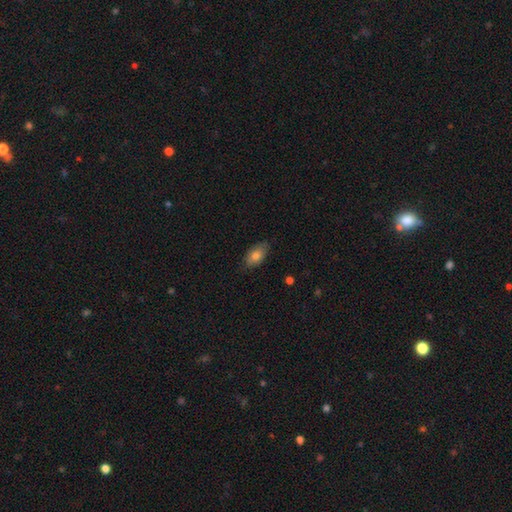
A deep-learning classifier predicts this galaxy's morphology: The model was most divided on "merging": none: 78%, minor disturbance: 19%, major disturbance: 3%, merger: 1%. More confident: how rounded — in between (91%); smooth or featured — smooth (77%).